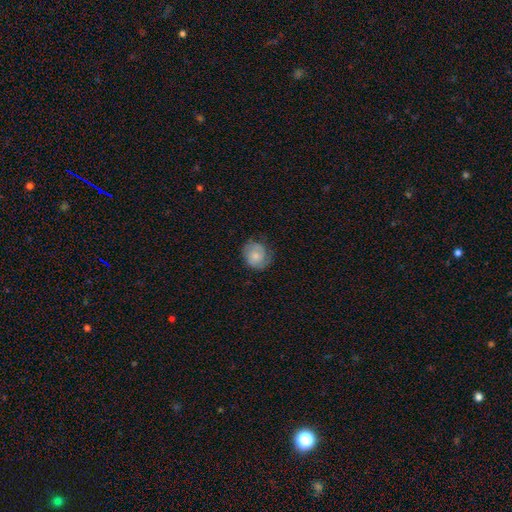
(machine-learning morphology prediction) Overall: smooth (61%; featured or disk 32%). How rounded: round (78%). Merging: none (68%).